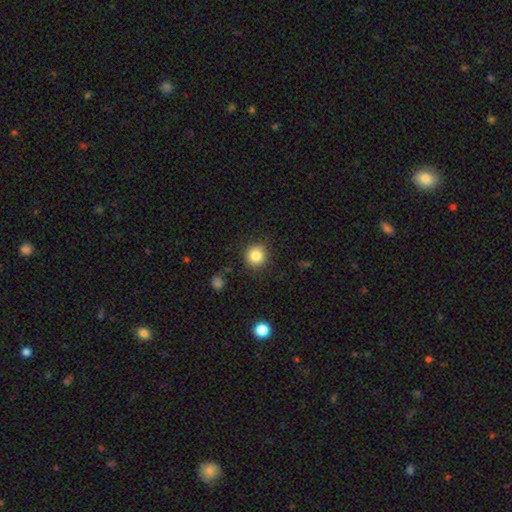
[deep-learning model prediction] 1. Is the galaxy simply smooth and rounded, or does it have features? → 85% smooth, 10% star or artifact, 5% featured or disk.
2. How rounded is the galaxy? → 92% round, 7% in between, 1% cigar-shaped.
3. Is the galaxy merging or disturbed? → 88% none, 8% minor disturbance, 3% major disturbance, 1% merger.